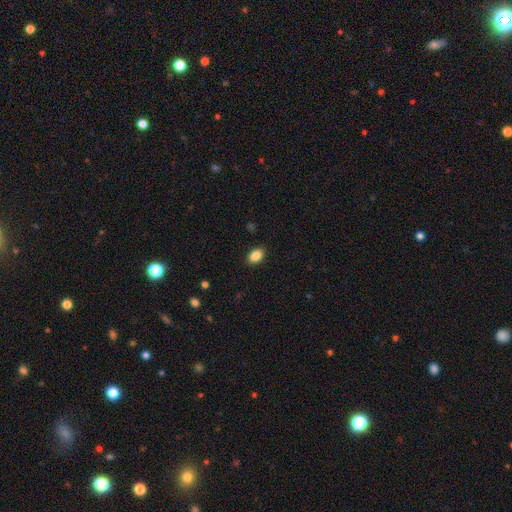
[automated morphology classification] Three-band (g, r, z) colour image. It shows a smooth galaxy with no disk features (87%) that is in between round and cigar-shaped (83%). Merging: none (89%).